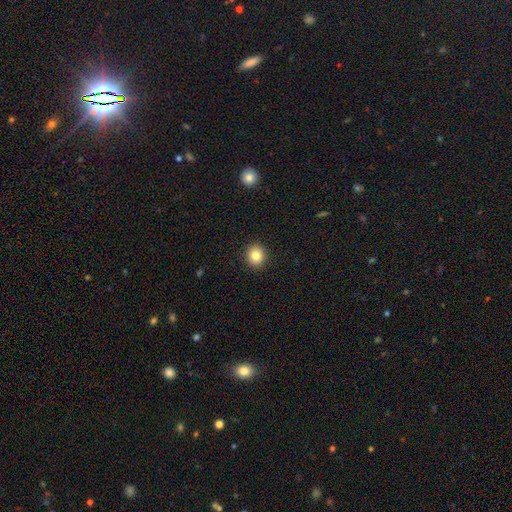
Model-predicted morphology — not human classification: type=smooth (83%); roundness=round (88%); merging=none (92%).